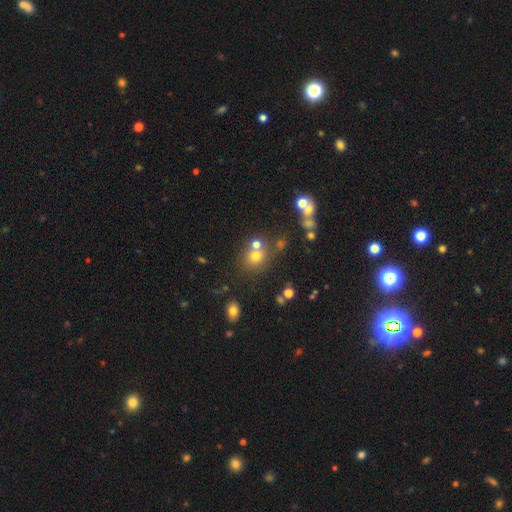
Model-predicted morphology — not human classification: This appears to be a smooth galaxy with no disk features (66%) that is round (80%). Merging: none (58%).